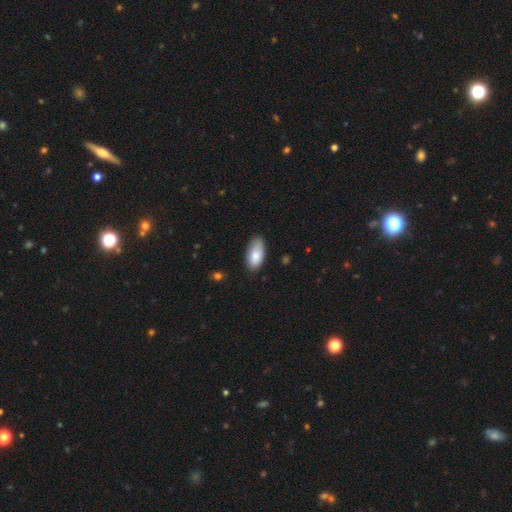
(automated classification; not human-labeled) Smooth or featured? smooth (82%)
How rounded? in between (93%)
Merging? none (70%)